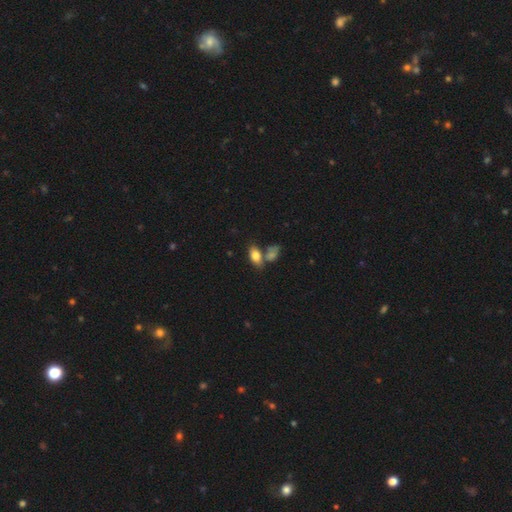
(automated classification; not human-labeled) This is likely a smooth galaxy (79%). How rounded: clearly in between (88%). Merging: possibly none (52%).